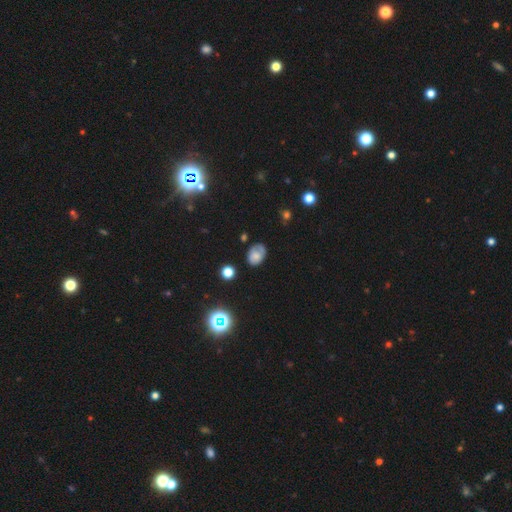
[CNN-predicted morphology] Overall: smooth (67%). How rounded: in between (72%). Merging: none (57%; minor disturbance 30%).